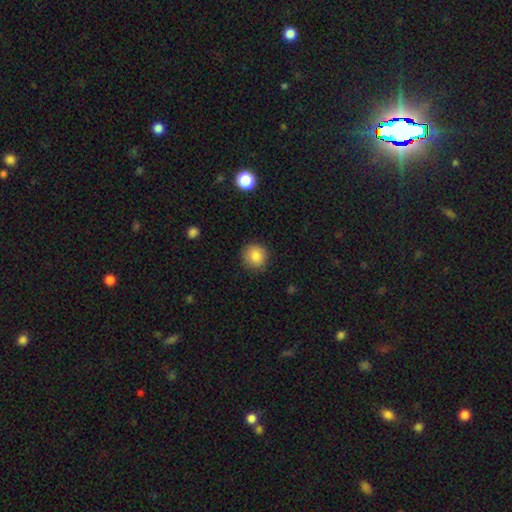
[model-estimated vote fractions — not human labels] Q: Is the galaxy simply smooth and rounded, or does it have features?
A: smooth — 85%.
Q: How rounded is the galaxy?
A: round — 92%.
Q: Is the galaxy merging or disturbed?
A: none — 87%.